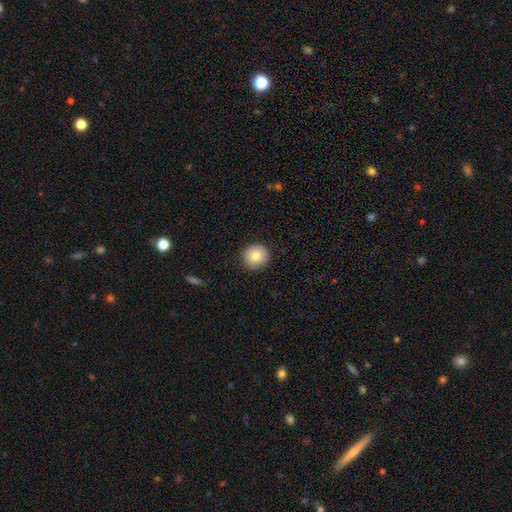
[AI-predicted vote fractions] Smooth or featured?
  - smooth: 83% *
  - featured or disk: 8%
  - star or artifact: 8%
How rounded?
  - round: 93% *
  - in between: 6%
  - cigar-shaped: 1%
Merging?
  - none: 91% *
  - minor disturbance: 6%
  - major disturbance: 2%
  - merger: 1%